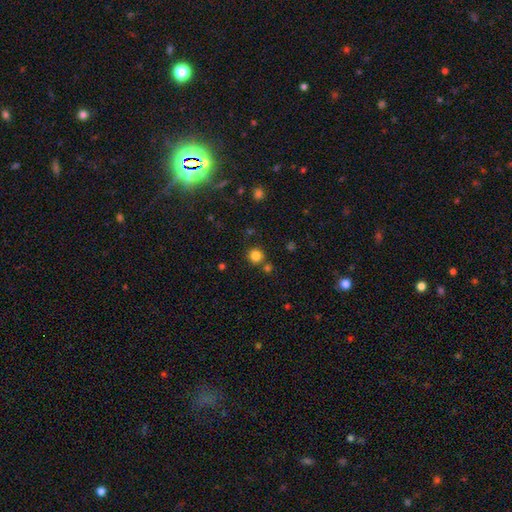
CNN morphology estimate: Smooth or featured? Predicted: smooth (p=0.82). How rounded? Predicted: round (p=0.94). Merging? Predicted: none (p=0.80).